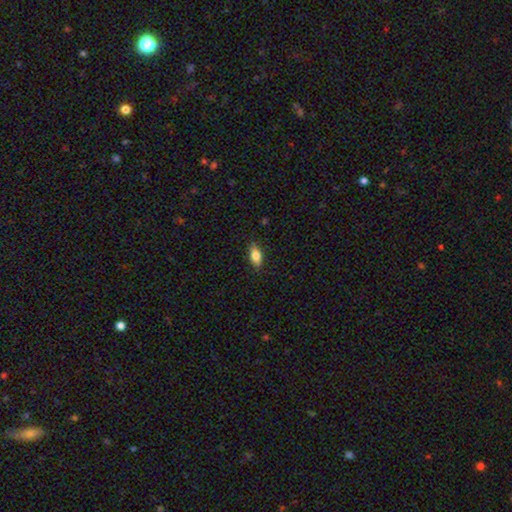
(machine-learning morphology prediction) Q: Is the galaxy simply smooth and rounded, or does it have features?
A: smooth — 79%.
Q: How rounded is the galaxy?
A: in between — 84%.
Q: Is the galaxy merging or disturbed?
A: none — 87%.